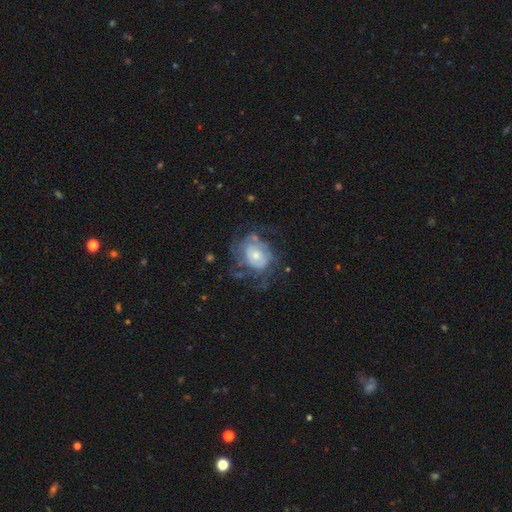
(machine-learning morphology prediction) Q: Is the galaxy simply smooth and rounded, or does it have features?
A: featured or disk — 65%.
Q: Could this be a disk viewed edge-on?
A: no — 97%.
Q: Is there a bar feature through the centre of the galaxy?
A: no — 78%.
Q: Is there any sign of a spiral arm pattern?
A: yes — 64%.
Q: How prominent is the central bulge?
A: moderate — 48%.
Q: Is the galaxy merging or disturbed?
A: none — 49%.